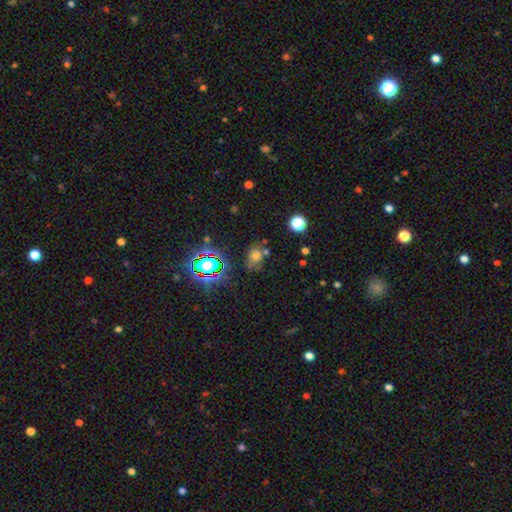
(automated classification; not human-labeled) Smooth or featured: smooth — 59% (star or artifact — 29%)
How rounded: round — 56% (in between — 42%)
Merging: none — 59% (minor disturbance — 20%)